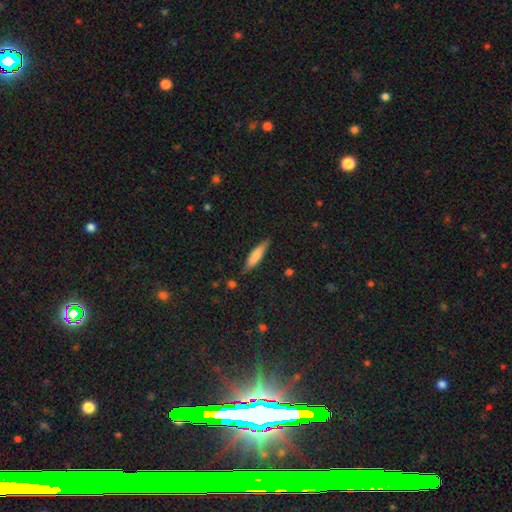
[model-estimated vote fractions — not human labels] smooth 78%, featured or disk 16%, star or artifact 6%. Down the decision tree: how rounded — cigar-shaped (77%); merging — none (81%).